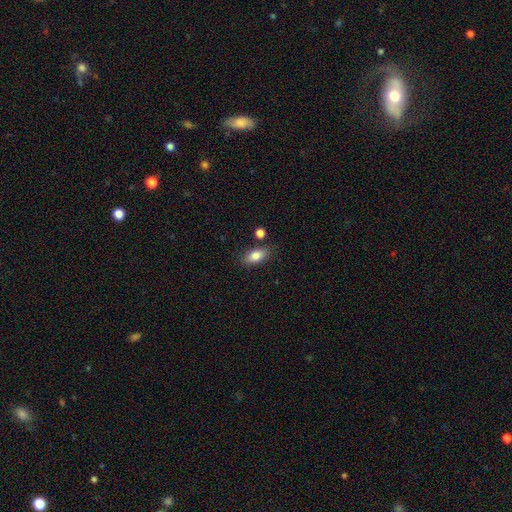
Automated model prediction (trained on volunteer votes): The model was most divided on "merging": none: 79%, minor disturbance: 13%, merger: 6%, major disturbance: 3%. More confident: how rounded — in between (85%); smooth or featured — smooth (82%).